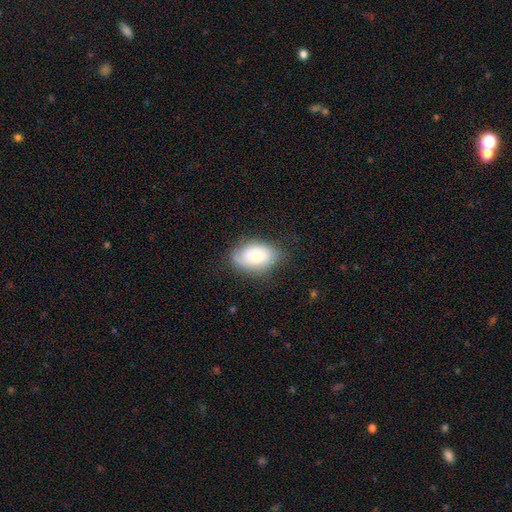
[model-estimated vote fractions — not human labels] smooth-or-featured: smooth: 73% | featured or disk: 19% | star or artifact: 8%
  how-rounded: in between: 88% | round: 10% | cigar-shaped: 1%
  merging: none: 70% | minor disturbance: 22% | major disturbance: 6% | merger: 1%